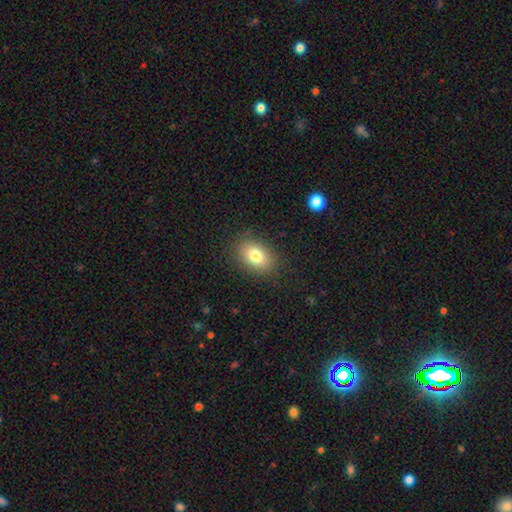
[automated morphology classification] Q: Smooth or featured?
A: smooth (80%); runner-up: featured or disk (11%)
Q: How rounded?
A: in between (80%); runner-up: round (18%)
Q: Merging?
A: none (86%); runner-up: minor disturbance (10%)